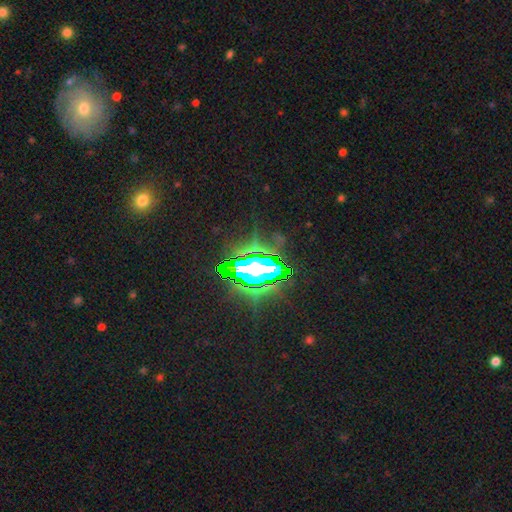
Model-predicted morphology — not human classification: Smooth or featured? Predicted: star or artifact (p=0.76).